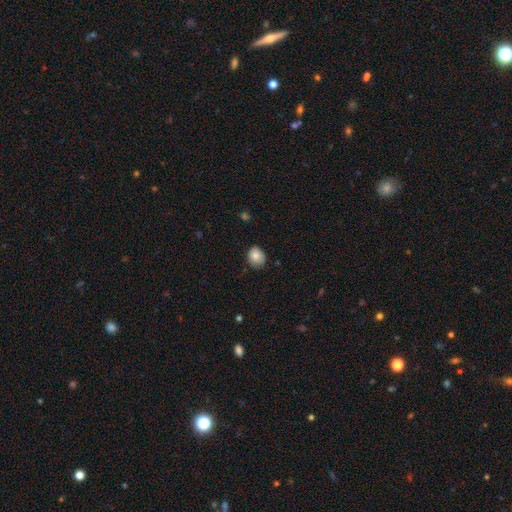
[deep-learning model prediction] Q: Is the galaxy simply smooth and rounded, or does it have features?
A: smooth — 81%.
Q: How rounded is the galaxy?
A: round — 66%.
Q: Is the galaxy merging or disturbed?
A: none — 76%.